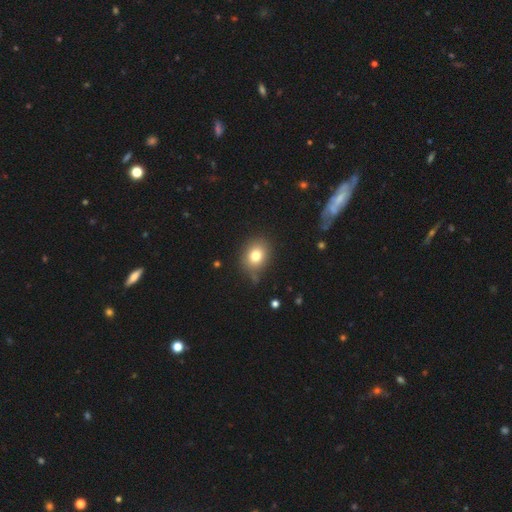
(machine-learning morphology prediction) smooth 78%, star or artifact 11%, featured or disk 11%. Down the decision tree: how rounded — round (53%); merging — none (77%).